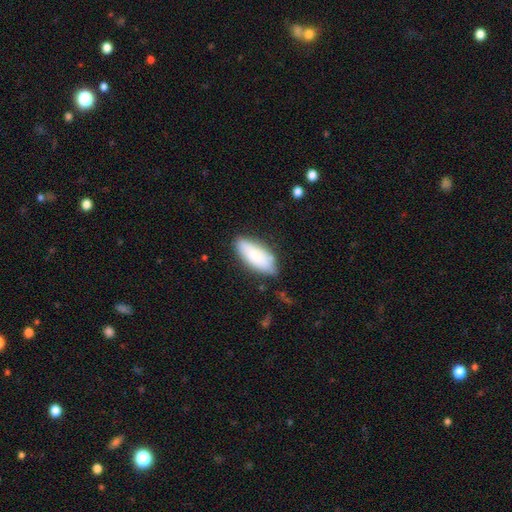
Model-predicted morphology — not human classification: This is likely a smooth galaxy (80%). How rounded: clearly in between (81%). Merging: likely none (74%).